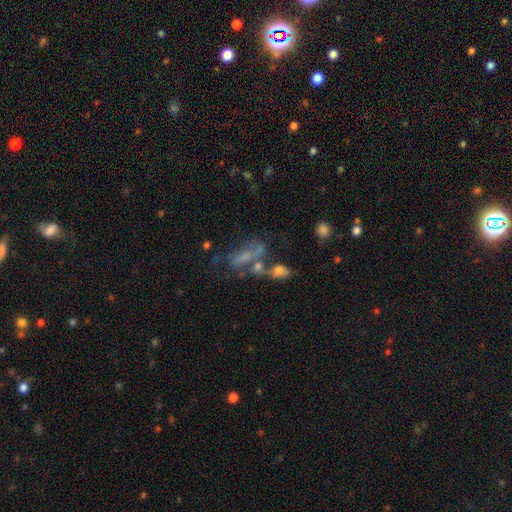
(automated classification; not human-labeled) Smooth or featured? Predicted: featured or disk (p=0.44). Merging? Predicted: merger (p=0.32, tied with none).